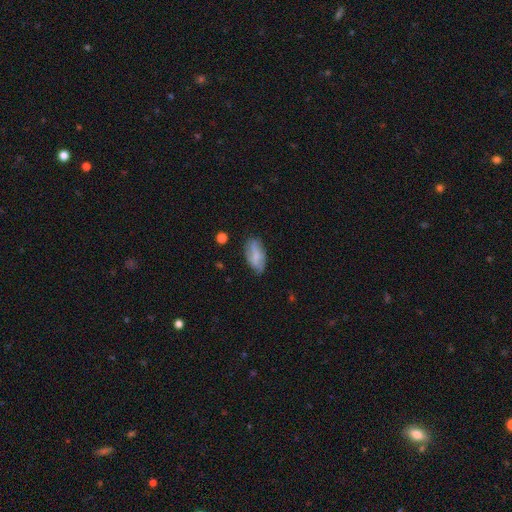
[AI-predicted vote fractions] Smooth or featured: smooth — 61% (featured or disk — 32%)
How rounded: in between — 87% (cigar-shaped — 11%)
Merging: none — 67% (minor disturbance — 25%)